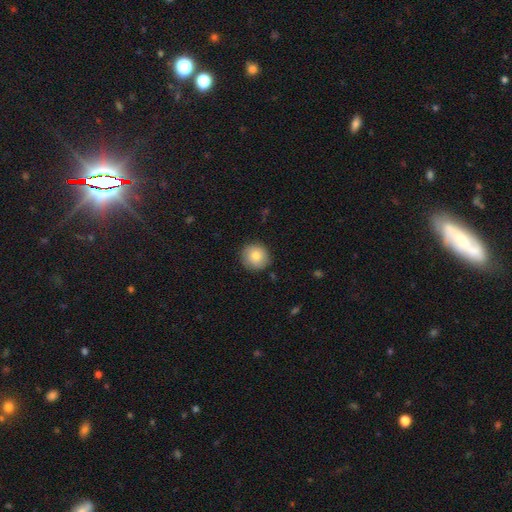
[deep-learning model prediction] Smooth or featured: smooth — 81% (featured or disk — 12%)
How rounded: round — 91% (in between — 8%)
Merging: none — 87% (minor disturbance — 10%)